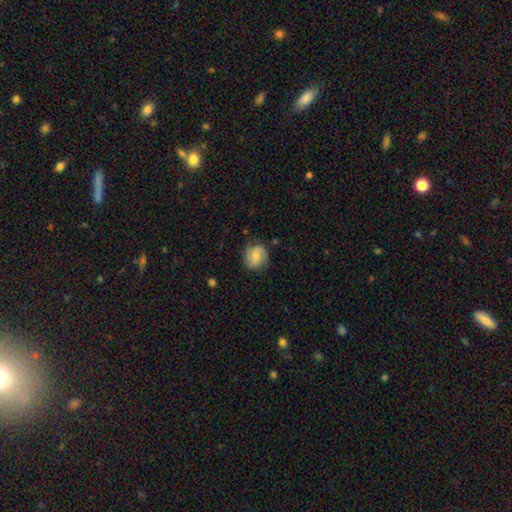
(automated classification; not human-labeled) Smooth or featured?
  - smooth: 59% *
  - featured or disk: 33%
  - star or artifact: 8%
How rounded?
  - round: 74% *
  - in between: 25%
  - cigar-shaped: 1%
Merging?
  - none: 75% *
  - minor disturbance: 19%
  - major disturbance: 5%
  - merger: 1%